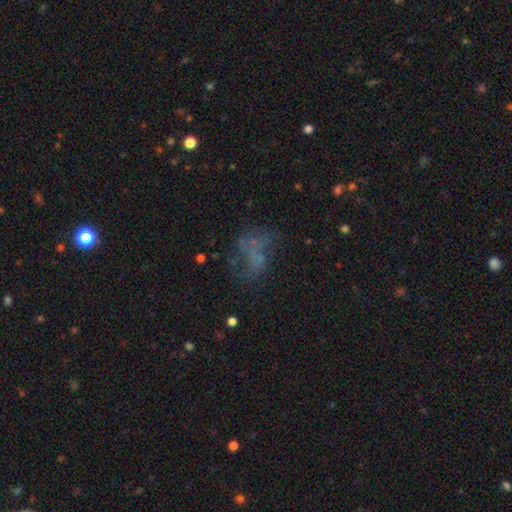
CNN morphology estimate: smooth_or_featured: featured or disk (p=0.39) [alt: smooth p=0.34]
merging: none (p=0.41) [alt: major disturbance p=0.34]